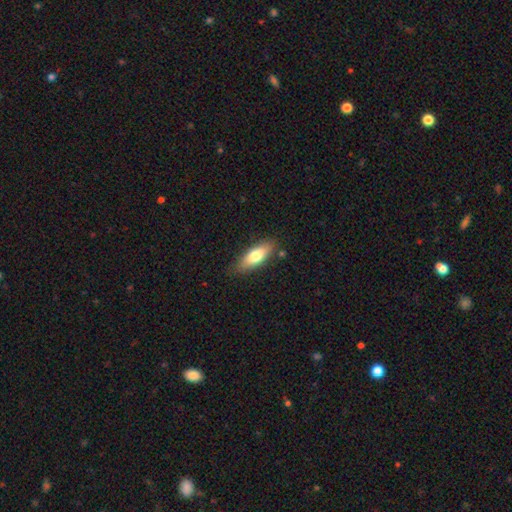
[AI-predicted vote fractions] Smooth or featured? Predicted: smooth (p=0.72). How rounded? Predicted: in between (p=0.66). Merging? Predicted: none (p=0.80).